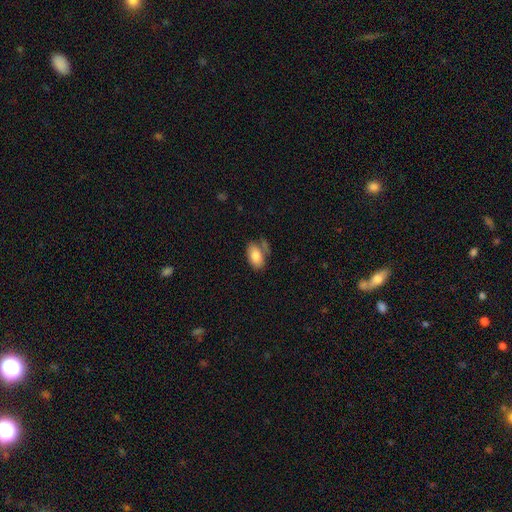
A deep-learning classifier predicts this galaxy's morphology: A smooth galaxy with no disk features (82%) that is in between round and cigar-shaped (93%). Merging: none (55%).